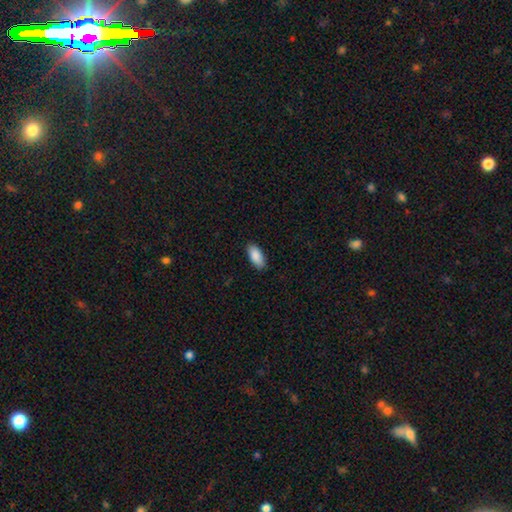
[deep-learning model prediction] smooth_or_featured: smooth (p=0.90) [alt: star or artifact p=0.06]
how_rounded: in between (p=0.89) [alt: cigar-shaped p=0.09]
merging: none (p=0.88) [alt: minor disturbance p=0.09]